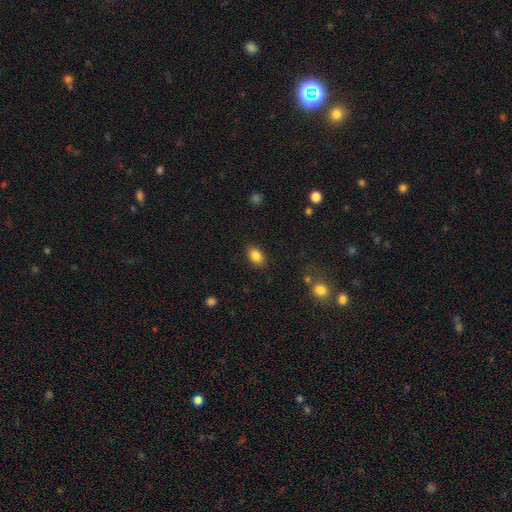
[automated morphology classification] The model was most divided on "how rounded": in between: 83%, round: 15%, cigar-shaped: 2%. More confident: merging — none (86%); smooth or featured — smooth (85%).